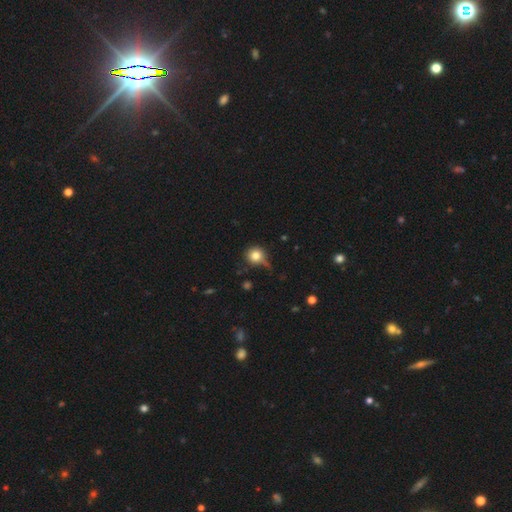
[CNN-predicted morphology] Smooth or featured?
  - smooth: 79% *
  - star or artifact: 11%
  - featured or disk: 10%
How rounded?
  - round: 89% *
  - in between: 10%
  - cigar-shaped: 1%
Merging?
  - none: 56% *
  - minor disturbance: 27%
  - major disturbance: 11%
  - merger: 6%